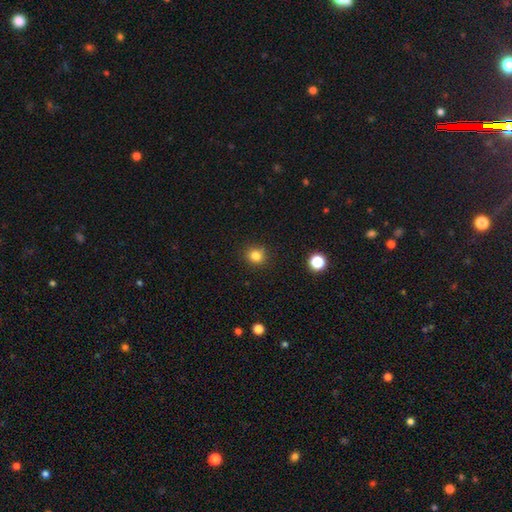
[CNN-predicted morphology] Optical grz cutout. It shows a smooth galaxy with no disk features (83%) that is round (85%). Merging: none (87%).